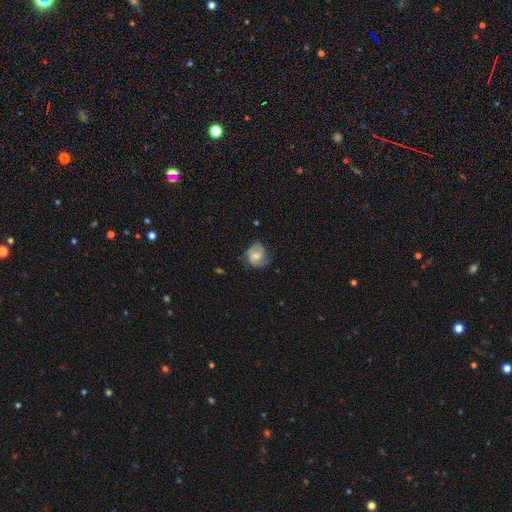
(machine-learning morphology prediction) smooth-or-featured: featured or disk: 48% | smooth: 44% | star or artifact: 8%
  merging: none: 56% | minor disturbance: 29% | major disturbance: 13% | merger: 2%